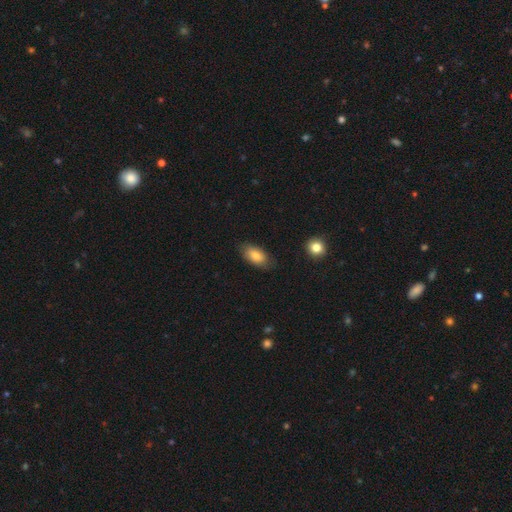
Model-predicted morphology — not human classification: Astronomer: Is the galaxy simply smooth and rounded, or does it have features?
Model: smooth — 82%.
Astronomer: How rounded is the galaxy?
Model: in between — 92%.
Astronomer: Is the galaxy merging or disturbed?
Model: none — 79%.